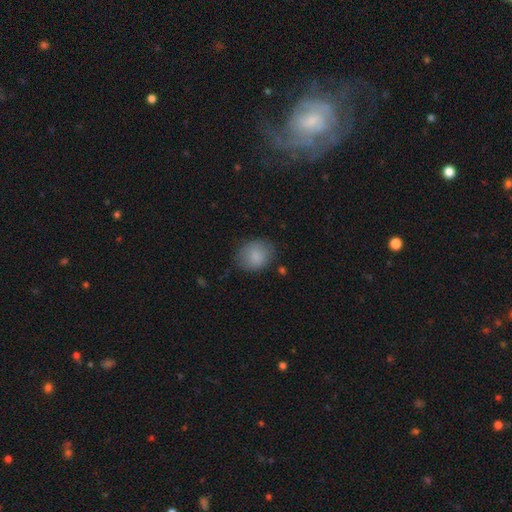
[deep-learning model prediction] A smooth galaxy with no disk features (84%) that is round (53%). Merging: none (75%).